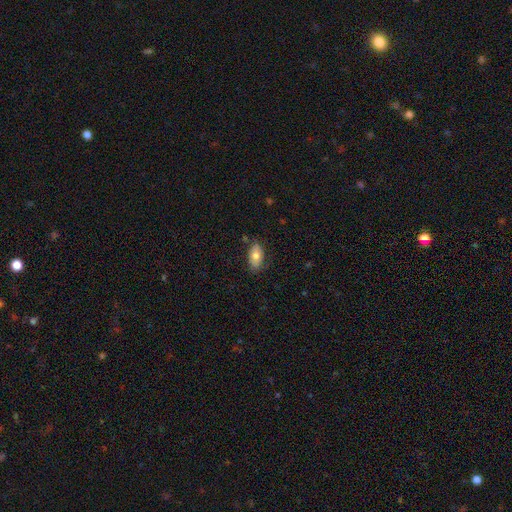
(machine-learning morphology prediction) A smooth galaxy with no disk features (72%) that is in between round and cigar-shaped (92%).

Vote fractions:
- Smooth or featured? smooth: 72% / featured or disk: 21% / star or artifact: 7%
- How rounded? in between: 92% / round: 5% / cigar-shaped: 3%
- Merging? none: 76% / minor disturbance: 18% / major disturbance: 3% / merger: 2%